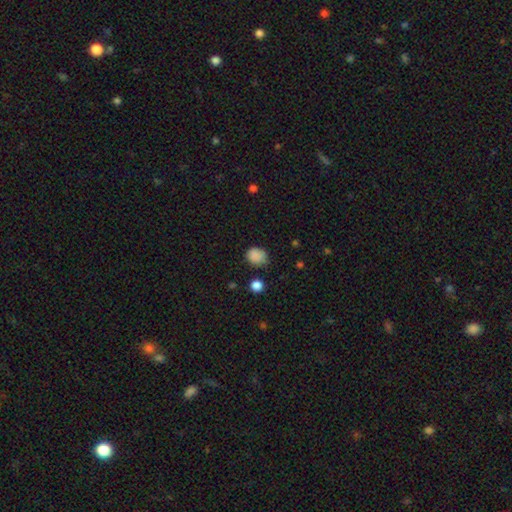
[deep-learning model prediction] The model was most divided on "how rounded": round: 58%, in between: 41%, cigar-shaped: 1%. More confident: smooth or featured — smooth (84%); merging — none (65%).